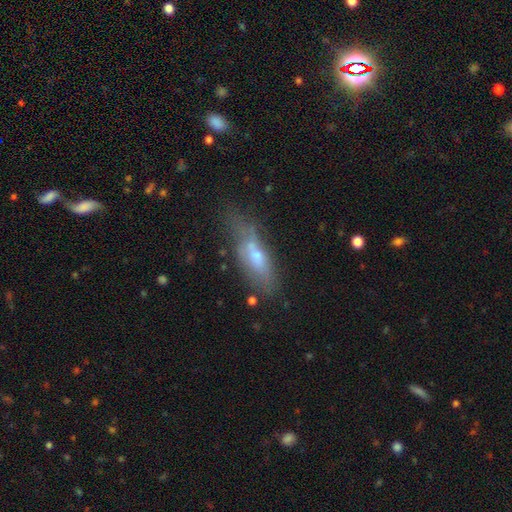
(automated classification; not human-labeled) This appears to be a smooth galaxy with no disk features (49%). Merging: none (51%).